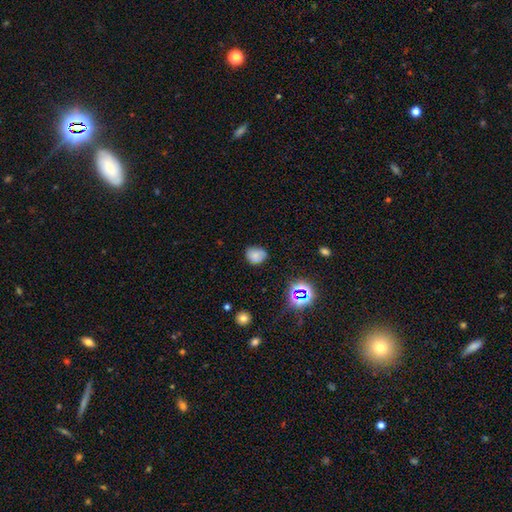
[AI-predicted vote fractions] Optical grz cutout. It shows a smooth galaxy with no disk features (72%) that is round (67%). Merging: none (68%).